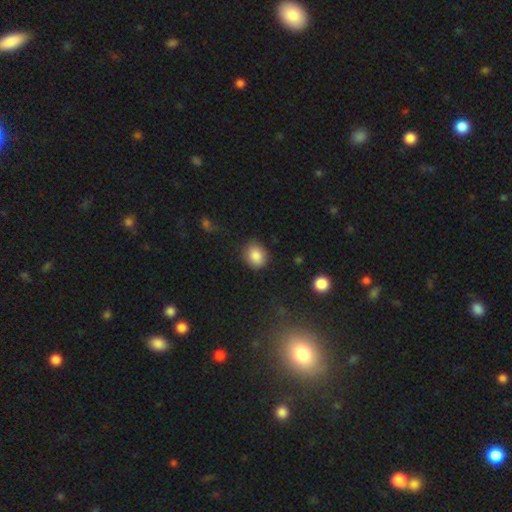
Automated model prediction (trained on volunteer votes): Q: Smooth or featured?
A: smooth (86%); runner-up: star or artifact (8%)
Q: How rounded?
A: round (57%); runner-up: in between (42%)
Q: Merging?
A: none (82%); runner-up: minor disturbance (13%)